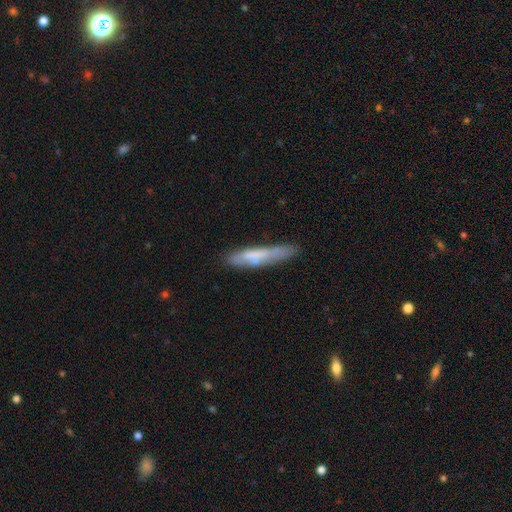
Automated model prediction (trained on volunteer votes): Smooth or featured: smooth — 61% (featured or disk — 32%)
How rounded: cigar-shaped — 88% (in between — 11%)
Merging: none — 64% (minor disturbance — 24%)